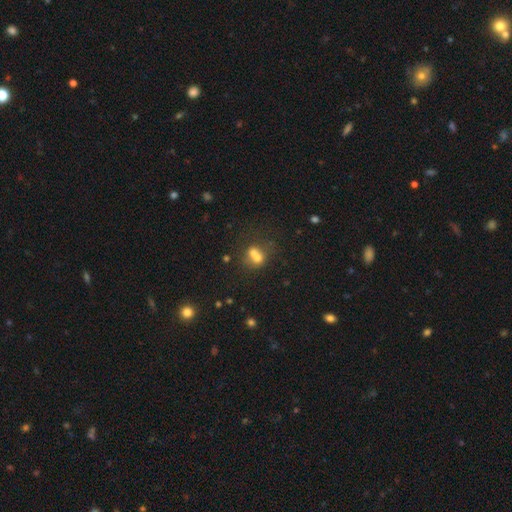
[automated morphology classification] Q: Smooth or featured?
A: smooth (62%); runner-up: featured or disk (23%)
Q: How rounded?
A: round (62%); runner-up: in between (37%)
Q: Merging?
A: merger (61%); runner-up: none (27%)